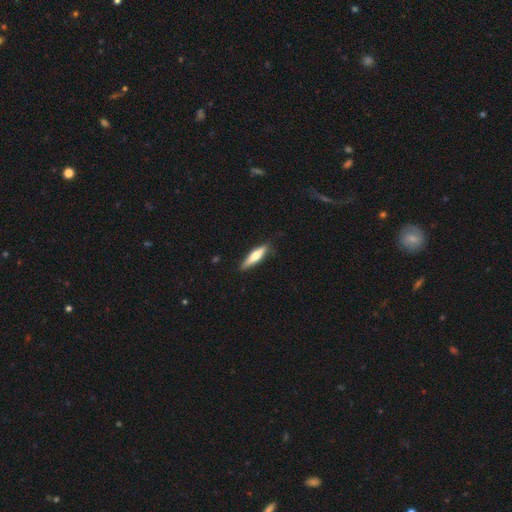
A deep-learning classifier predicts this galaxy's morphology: A smooth galaxy with no disk features (59%) that is cigar-shaped (76%).

Vote fractions:
- Smooth or featured? smooth: 59% / featured or disk: 35% / star or artifact: 5%
- How rounded? cigar-shaped: 76% / in between: 22% / round: 2%
- Merging? none: 84% / minor disturbance: 12% / major disturbance: 2% / merger: 1%